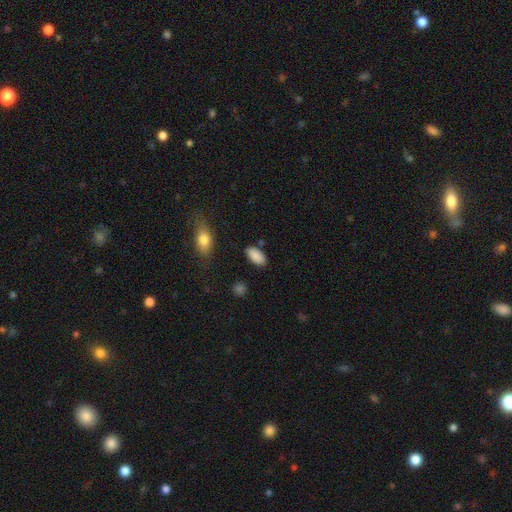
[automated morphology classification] Smooth or featured: smooth — 89% (star or artifact — 7%)
How rounded: in between — 94% (cigar-shaped — 4%)
Merging: none — 83% (minor disturbance — 11%)